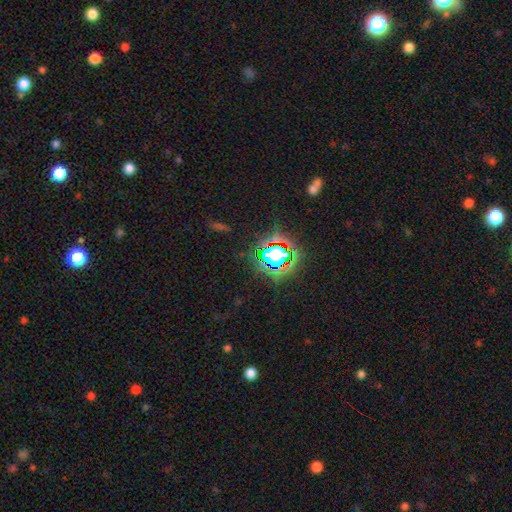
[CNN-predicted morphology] Smooth or featured? Predicted: star or artifact (p=0.75).